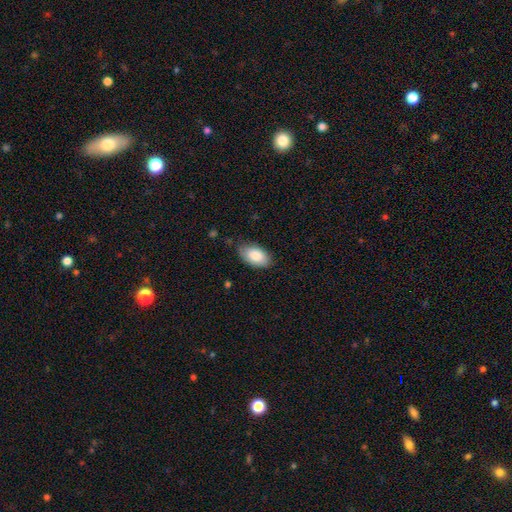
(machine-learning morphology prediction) smooth 86%, featured or disk 8%, star or artifact 6%. Down the decision tree: how rounded — in between (94%); merging — none (78%).